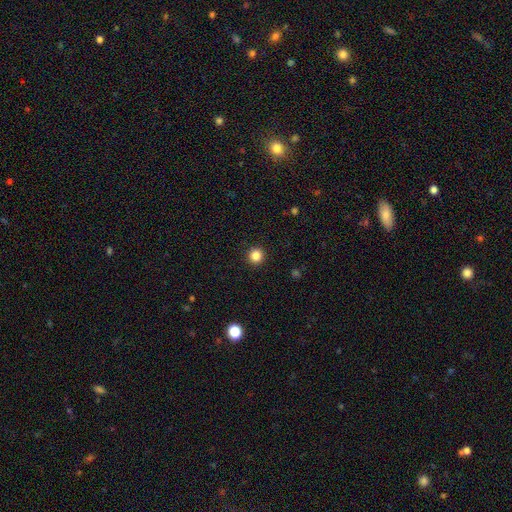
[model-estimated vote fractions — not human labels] Smooth or featured? Predicted: smooth (p=0.85). How rounded? Predicted: round (p=0.95). Merging? Predicted: none (p=0.94).